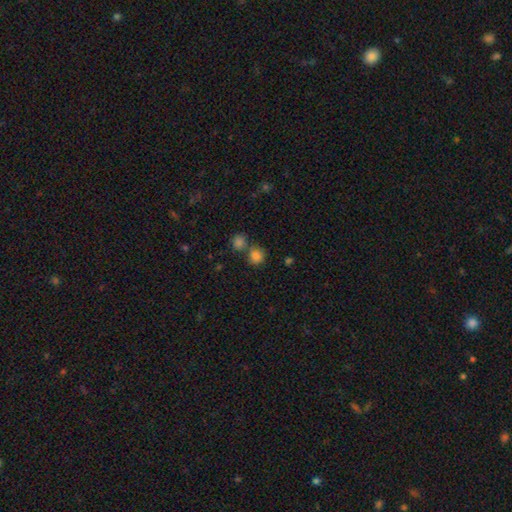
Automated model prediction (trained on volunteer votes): smooth-or-featured: smooth: 82% | star or artifact: 12% | featured or disk: 6%
  how-rounded: round: 87% | in between: 12% | cigar-shaped: 1%
  merging: none: 60% | merger: 29% | minor disturbance: 8% | major disturbance: 3%